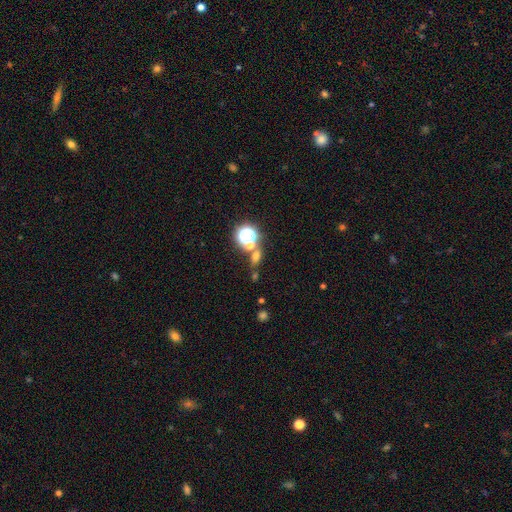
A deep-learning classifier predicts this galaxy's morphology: A smooth galaxy with no disk features (53%) that is round (50%). Merging: none (60%).